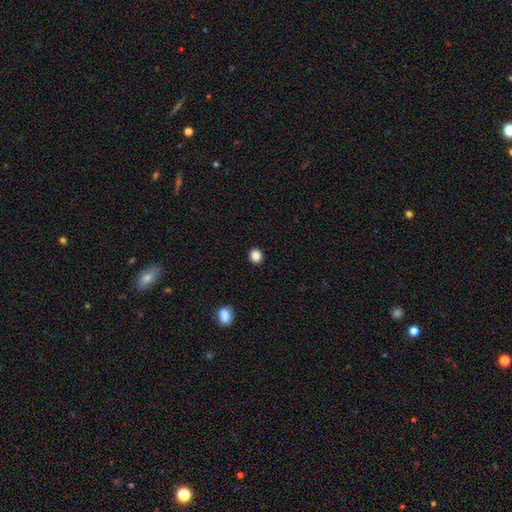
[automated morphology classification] smooth 86%, star or artifact 11%, featured or disk 3%. Down the decision tree: how rounded — round (84%); merging — none (92%).